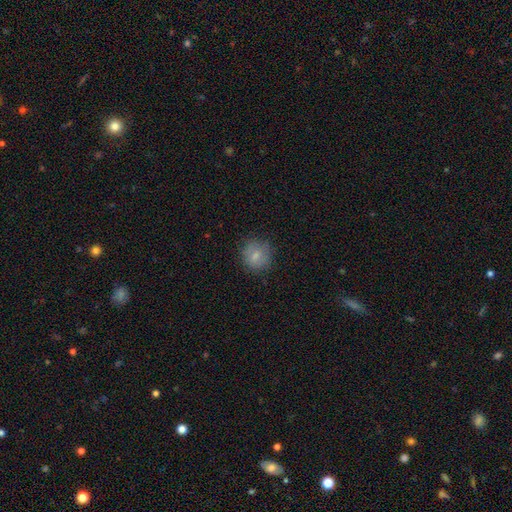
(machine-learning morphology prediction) smooth_or_featured: smooth (p=0.78) [alt: featured or disk p=0.13]
how_rounded: round (p=0.88) [alt: in between p=0.11]
merging: none (p=0.80) [alt: minor disturbance p=0.14]